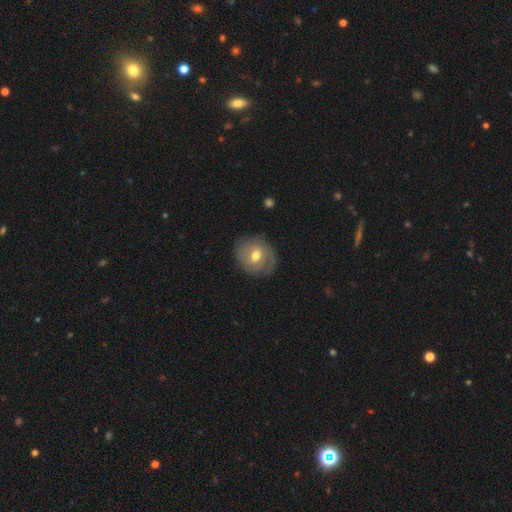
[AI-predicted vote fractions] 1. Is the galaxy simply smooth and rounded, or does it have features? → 51% smooth, 41% featured or disk, 8% star or artifact.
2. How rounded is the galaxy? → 70% round, 29% in between, 1% cigar-shaped.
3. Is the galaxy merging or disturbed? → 77% none, 17% minor disturbance, 5% major disturbance, 1% merger.